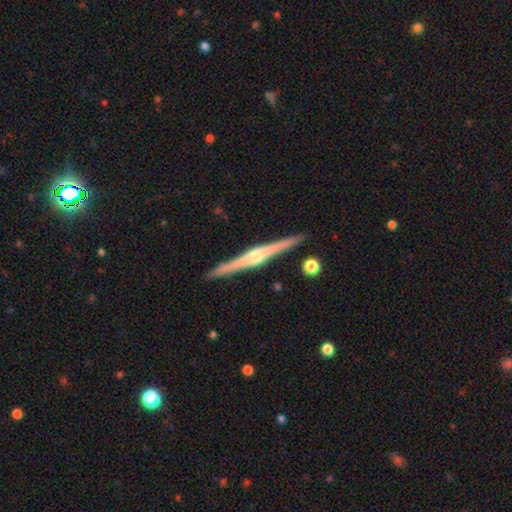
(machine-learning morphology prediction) Smooth or featured: featured or disk — 84% (smooth — 12%)
Edge-on disk: yes — 99% (no — 1%)
Edge-on bulge: rounded — 87% (boxy — 8%)
Merging: none — 92% (minor disturbance — 6%)